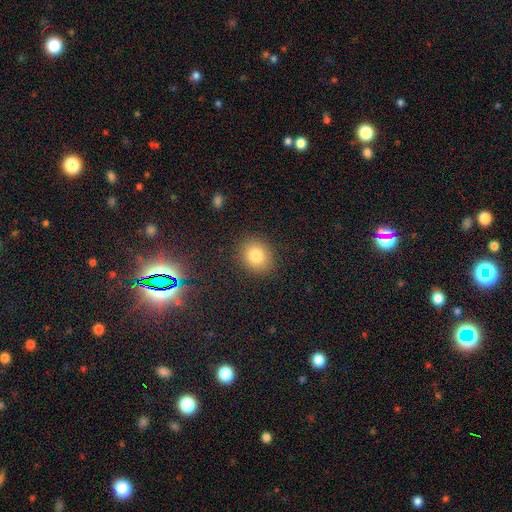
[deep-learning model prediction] Smooth or featured? smooth (80%)
How rounded? round (65%)
Merging? none (88%)